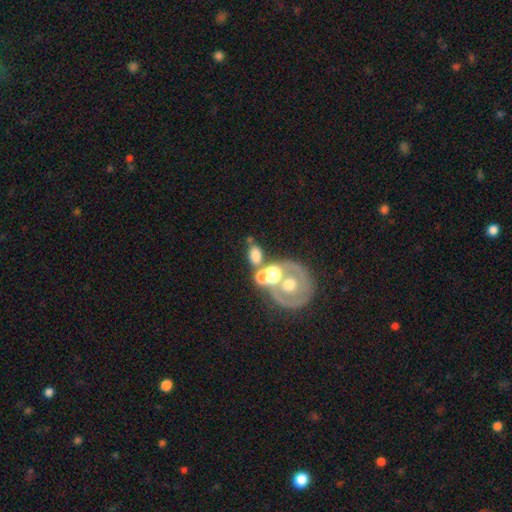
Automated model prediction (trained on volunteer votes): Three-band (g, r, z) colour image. It shows a smooth galaxy with no disk features (59%) that is in between round and cigar-shaped (66%). Merging: none (42%).